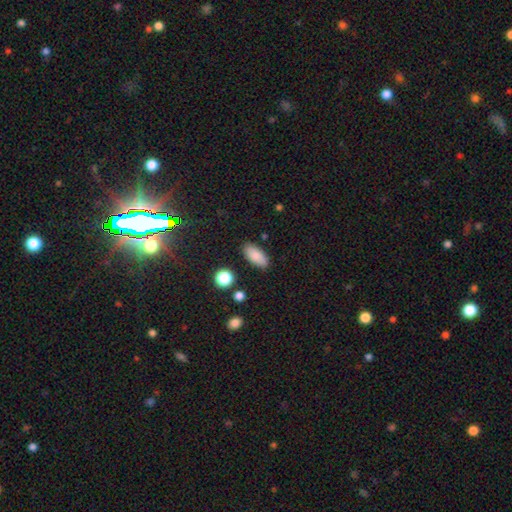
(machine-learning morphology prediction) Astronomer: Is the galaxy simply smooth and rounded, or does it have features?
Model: smooth — 84%.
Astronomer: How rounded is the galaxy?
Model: in between — 89%.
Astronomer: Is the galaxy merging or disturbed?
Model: none — 85%.